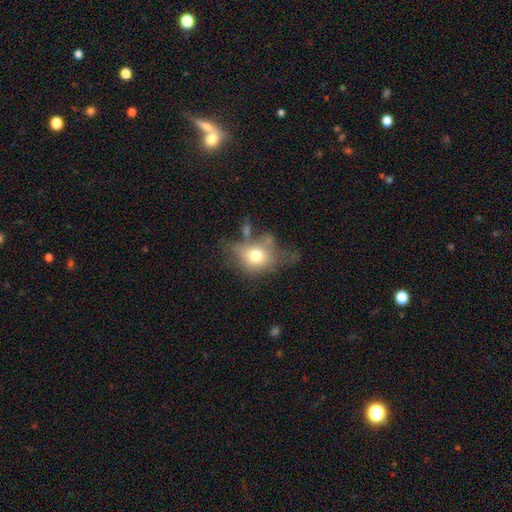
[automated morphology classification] Smooth or featured? Predicted: smooth (p=0.65). How rounded? Predicted: round (p=0.51). Merging? Predicted: none (p=0.35).